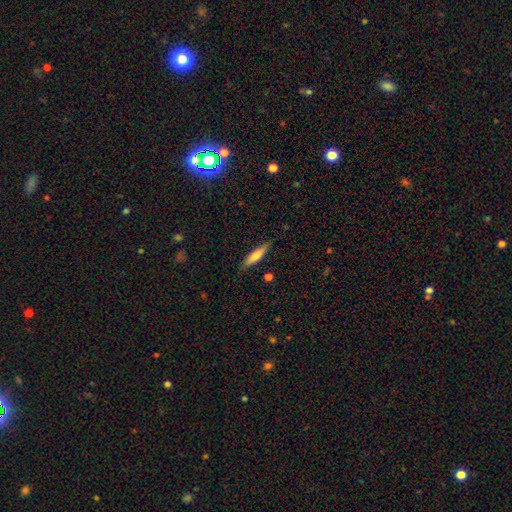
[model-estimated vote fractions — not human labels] Smooth or featured?
  - smooth: 68% *
  - featured or disk: 26%
  - star or artifact: 6%
How rounded?
  - cigar-shaped: 78% *
  - in between: 20%
  - round: 2%
Merging?
  - none: 83% *
  - minor disturbance: 13%
  - major disturbance: 2%
  - merger: 2%